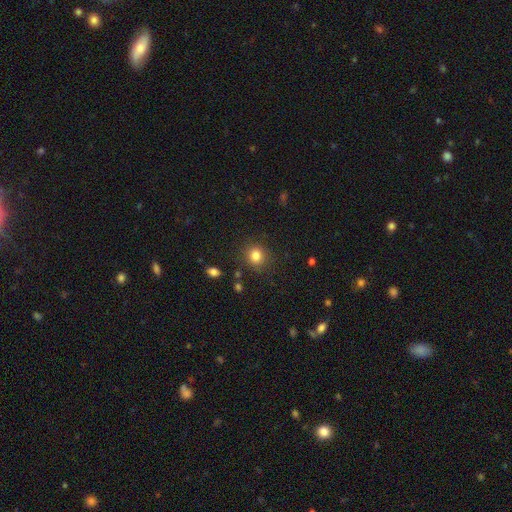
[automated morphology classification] Smooth or featured? Predicted: smooth (p=0.83). How rounded? Predicted: round (p=0.75). Merging? Predicted: none (p=0.84).